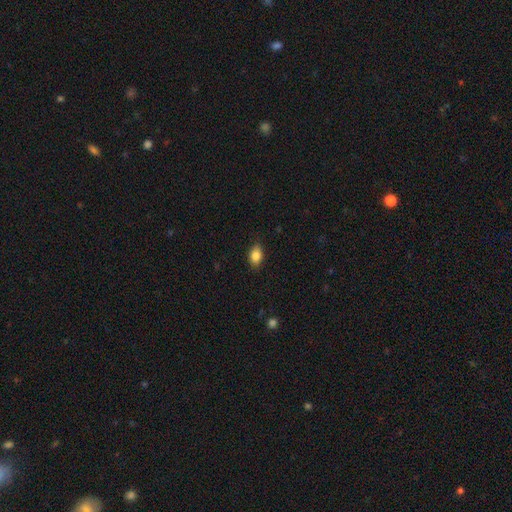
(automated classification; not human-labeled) A smooth galaxy with no disk features (85%) that is in between round and cigar-shaped (83%). Merging: none (86%).